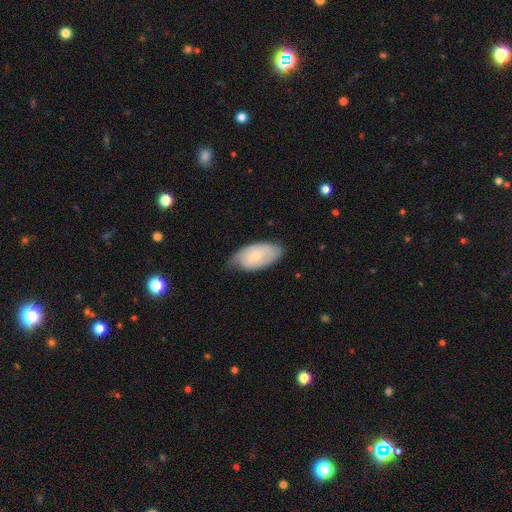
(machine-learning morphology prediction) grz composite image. It shows a smooth galaxy with no disk features (51%) that is in between round and cigar-shaped (93%). Merging: none (60%).